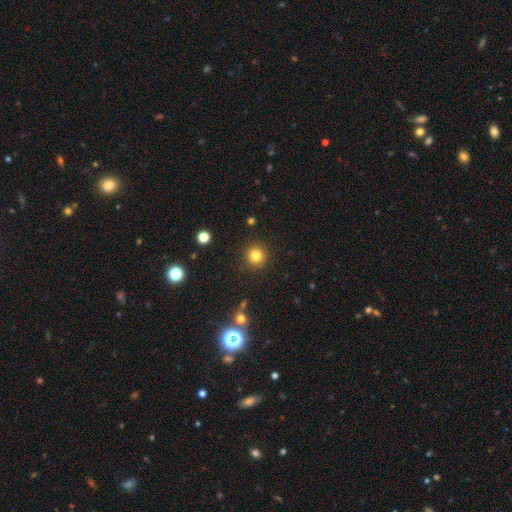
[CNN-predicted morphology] smooth 81%, star or artifact 13%, featured or disk 6%. Down the decision tree: how rounded — round (93%); merging — none (90%).